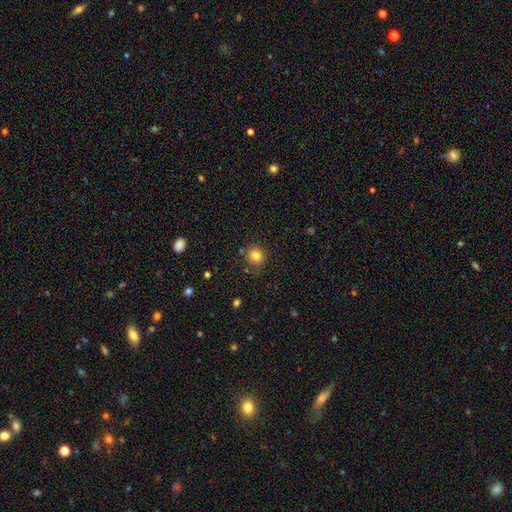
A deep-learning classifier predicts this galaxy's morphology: Overall: smooth (81%). How rounded: round (84%). Merging: none (82%).